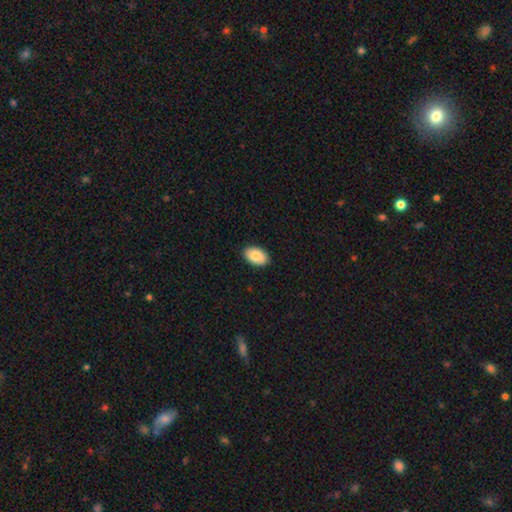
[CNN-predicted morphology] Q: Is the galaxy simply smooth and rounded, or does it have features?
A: smooth — 85%.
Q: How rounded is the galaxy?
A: in between — 91%.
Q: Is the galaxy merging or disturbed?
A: none — 89%.